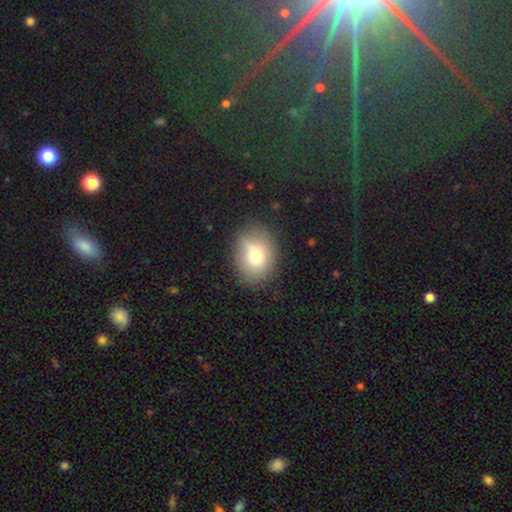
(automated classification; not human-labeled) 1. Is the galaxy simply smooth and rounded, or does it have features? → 70% smooth, 18% featured or disk, 12% star or artifact.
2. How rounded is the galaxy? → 52% round, 47% in between, 1% cigar-shaped.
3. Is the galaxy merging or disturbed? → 80% none, 14% minor disturbance, 5% major disturbance, 2% merger.